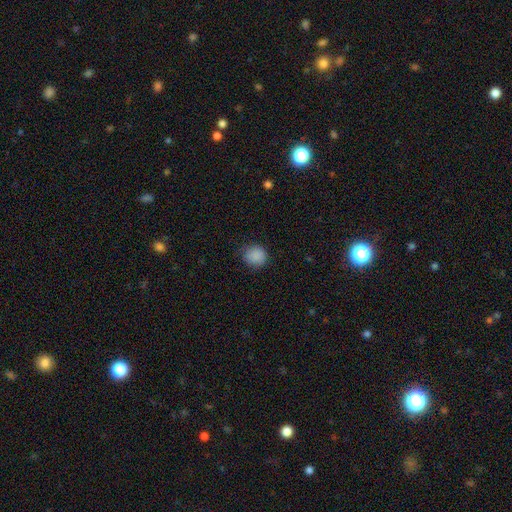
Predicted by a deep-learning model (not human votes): smooth_or_featured: smooth (p=0.87) [alt: star or artifact p=0.09]
how_rounded: round (p=0.86) [alt: in between p=0.13]
merging: none (p=0.74) [alt: minor disturbance p=0.21]